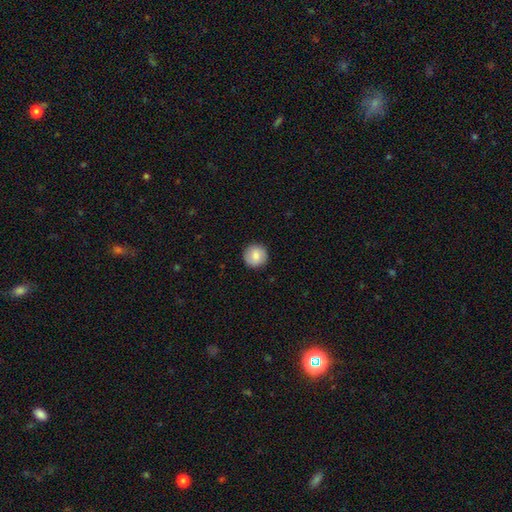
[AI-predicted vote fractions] Smooth or featured? smooth (82%)
How rounded? round (95%)
Merging? none (91%)